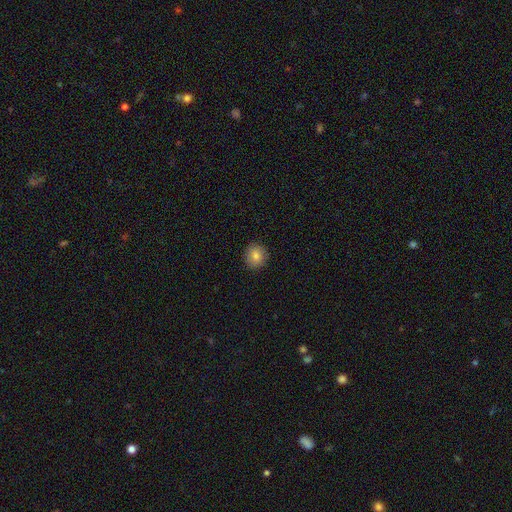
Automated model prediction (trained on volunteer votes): Smooth or featured? smooth (83%)
How rounded? round (86%)
Merging? none (90%)